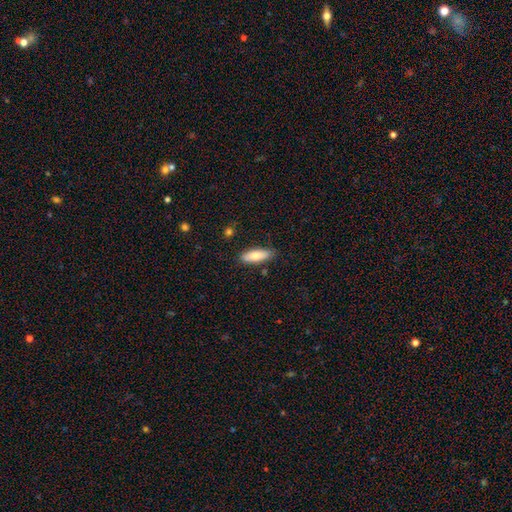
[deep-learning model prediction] Smooth or featured? smooth (78%)
How rounded? in between (63%)
Merging? none (83%)